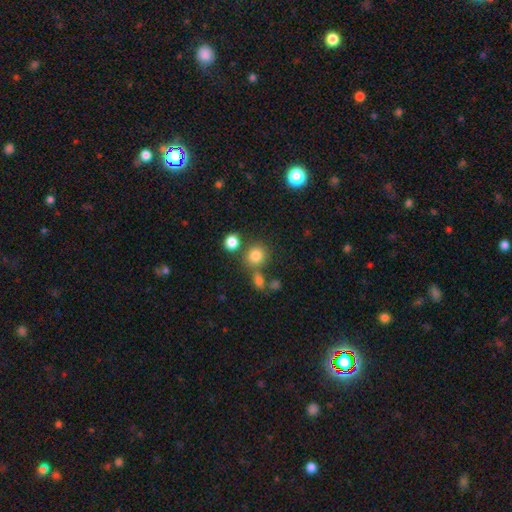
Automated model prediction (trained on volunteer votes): smooth-or-featured: smooth: 79% | star or artifact: 13% | featured or disk: 8%
  how-rounded: round: 86% | in between: 13% | cigar-shaped: 1%
  merging: none: 68% | merger: 17% | minor disturbance: 10% | major disturbance: 5%